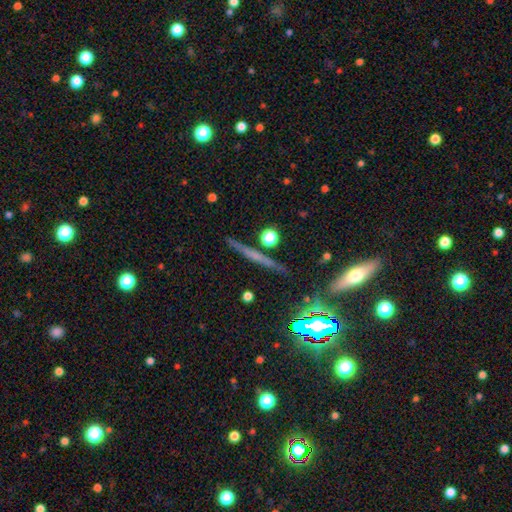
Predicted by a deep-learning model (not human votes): This is possibly a featured or disk galaxy (52%). It is clearly viewed edge-on (95%). Merging: clearly none (86%).